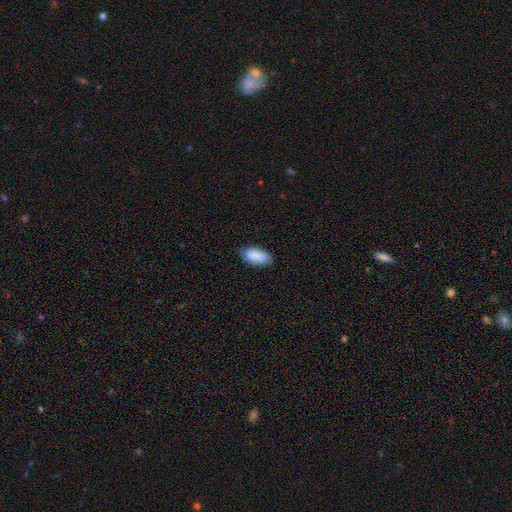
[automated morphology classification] The model was most divided on "merging": none: 76%, minor disturbance: 19%, major disturbance: 3%, merger: 1%. More confident: how rounded — in between (94%); smooth or featured — smooth (86%).